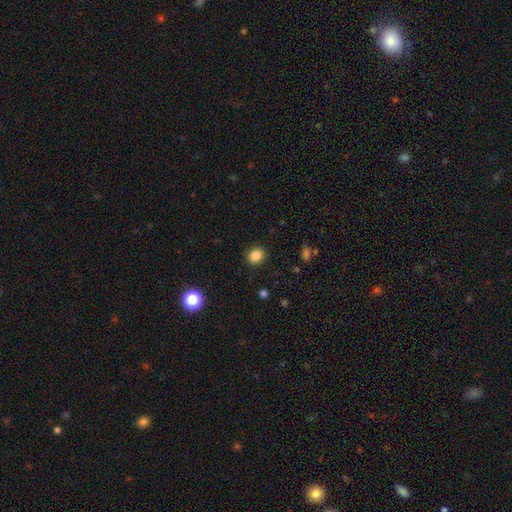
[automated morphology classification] smooth-or-featured: smooth: 85% | star or artifact: 11% | featured or disk: 4%
  how-rounded: round: 55% | in between: 44% | cigar-shaped: 1%
  merging: none: 89% | minor disturbance: 7% | major disturbance: 2% | merger: 1%